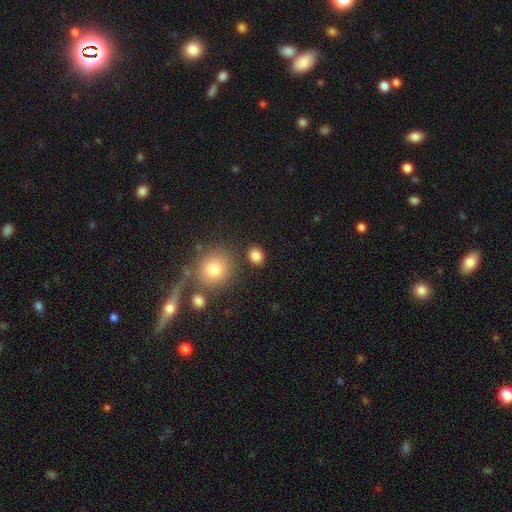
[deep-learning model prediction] Smooth or featured? smooth (84%)
How rounded? round (54%)
Merging? none (83%)